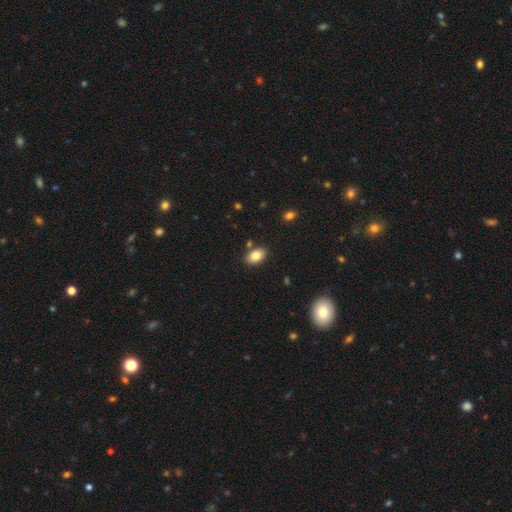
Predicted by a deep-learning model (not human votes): smooth_or_featured: smooth (p=0.84) [alt: star or artifact p=0.08]
how_rounded: in between (p=0.86) [alt: round p=0.12]
merging: none (p=0.83) [alt: minor disturbance p=0.10]